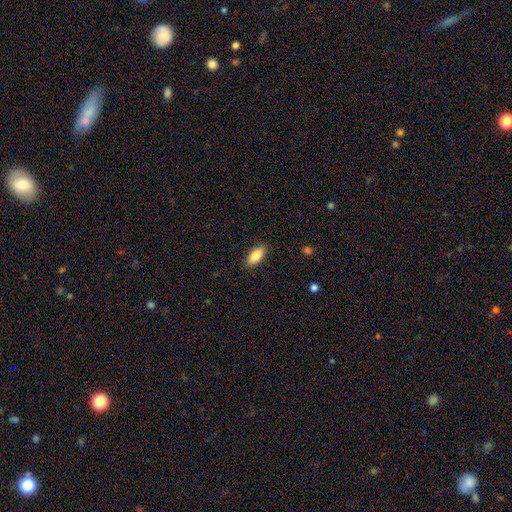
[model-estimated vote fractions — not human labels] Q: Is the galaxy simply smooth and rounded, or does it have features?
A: smooth — 86%.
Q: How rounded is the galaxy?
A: in between — 86%.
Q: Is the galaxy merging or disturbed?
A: none — 88%.